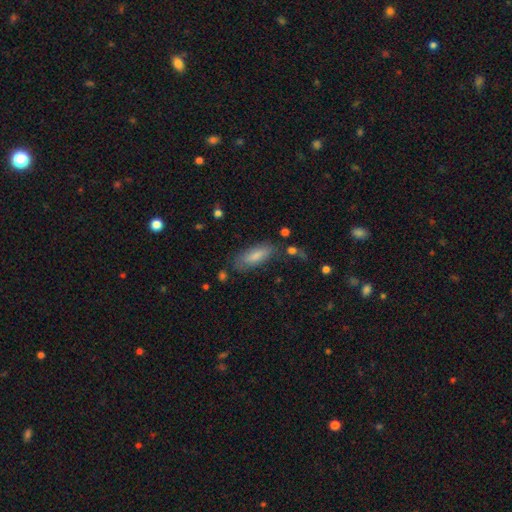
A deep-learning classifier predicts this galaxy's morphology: A smooth galaxy with no disk features (79%) that is in between round and cigar-shaped (66%).

Vote fractions:
- Smooth or featured? smooth: 79% / featured or disk: 14% / star or artifact: 7%
- How rounded? in between: 66% / cigar-shaped: 33% / round: 2%
- Merging? none: 73% / minor disturbance: 18% / major disturbance: 5% / merger: 4%